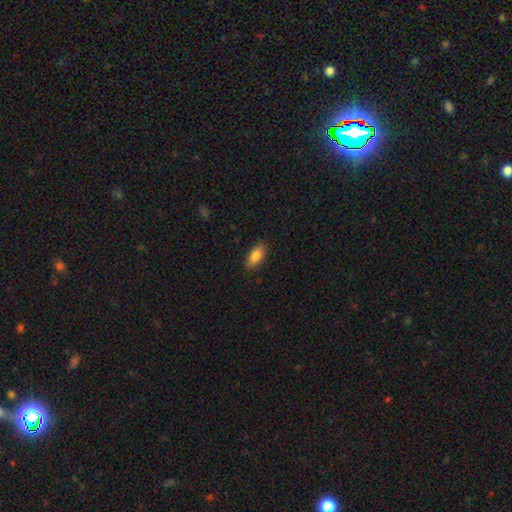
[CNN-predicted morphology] type=smooth (84%); roundness=in between (86%); merging=none (87%).